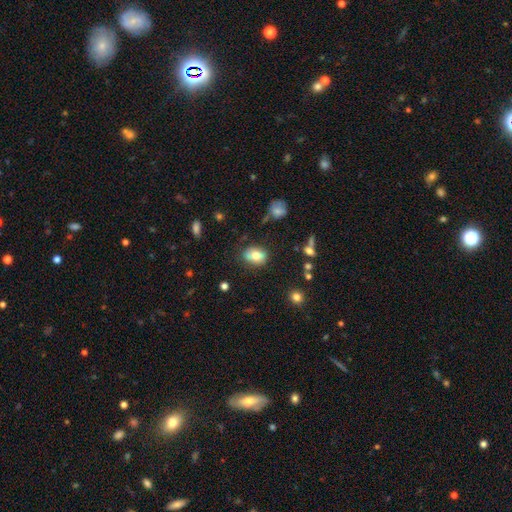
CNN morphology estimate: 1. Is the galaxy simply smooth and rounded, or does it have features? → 76% smooth, 15% featured or disk, 9% star or artifact.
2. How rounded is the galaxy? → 73% in between, 26% round, 1% cigar-shaped.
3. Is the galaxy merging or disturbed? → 79% none, 15% minor disturbance, 4% major disturbance, 2% merger.